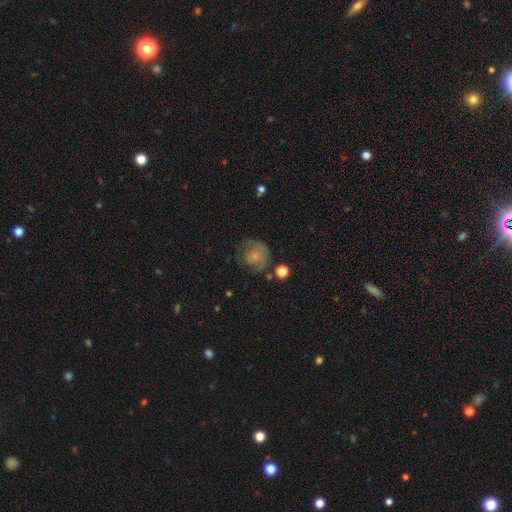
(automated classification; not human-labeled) Smooth or featured? Predicted: smooth (p=0.60). How rounded? Predicted: round (p=0.79). Merging? Predicted: none (p=0.47).